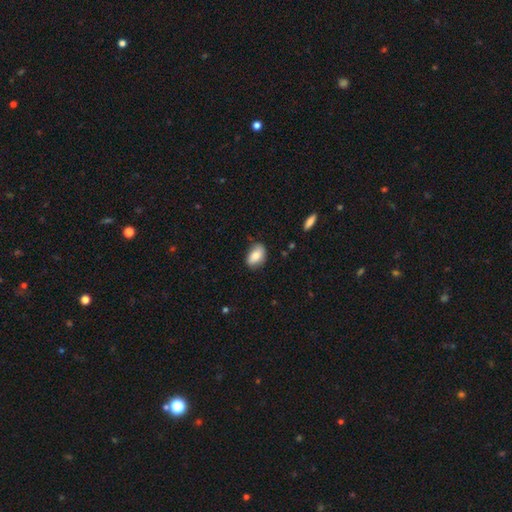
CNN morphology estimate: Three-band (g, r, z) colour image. It shows a smooth galaxy with no disk features (82%) that is in between round and cigar-shaped (89%). Merging: none (78%).